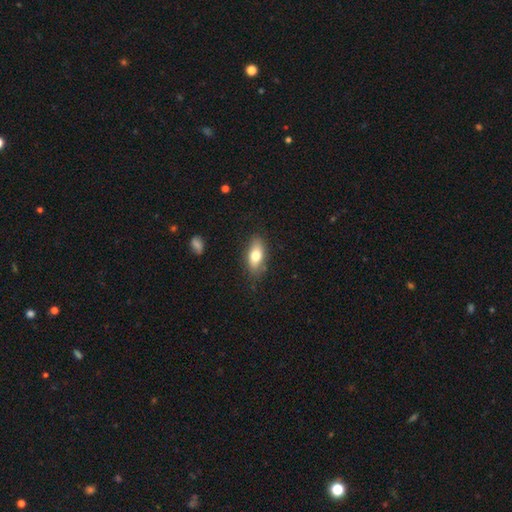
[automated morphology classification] Overall: smooth (73%). How rounded: in between (83%). Merging: none (82%).